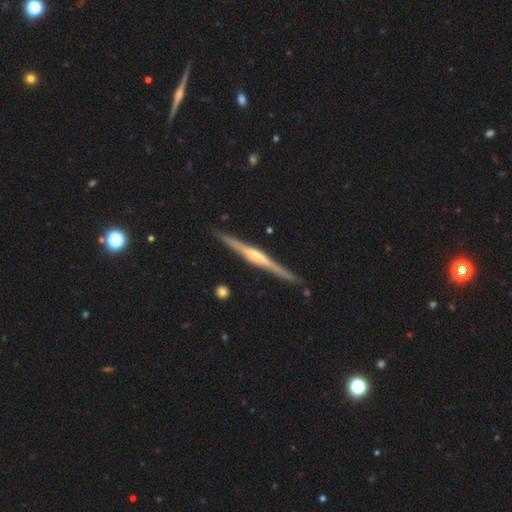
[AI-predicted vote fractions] The model was most divided on "edge-on bulge": rounded: 76%, none: 12%, boxy: 12%. More confident: edge-on disk — yes (99%); merging — none (91%); smooth or featured — featured or disk (85%).